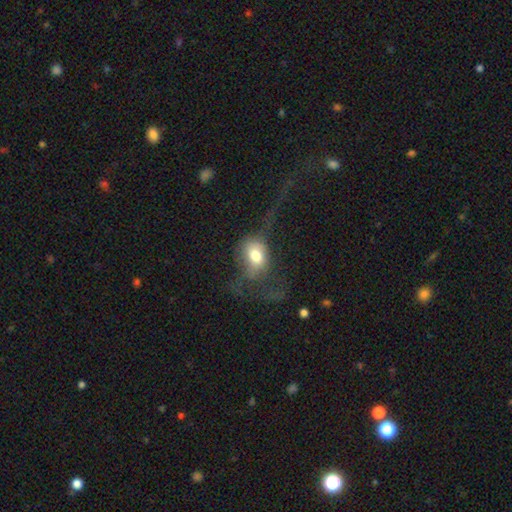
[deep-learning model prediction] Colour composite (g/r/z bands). It shows a smooth galaxy with no disk features (63%) that is in between round and cigar-shaped (62%). Merging: major disturbance (53%).